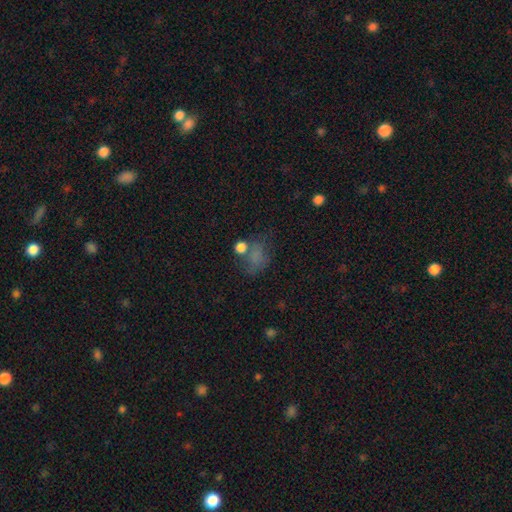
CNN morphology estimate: smooth 63%, star or artifact 20%, featured or disk 17%. Down the decision tree: how rounded — in between (57%); merging — none (40%).